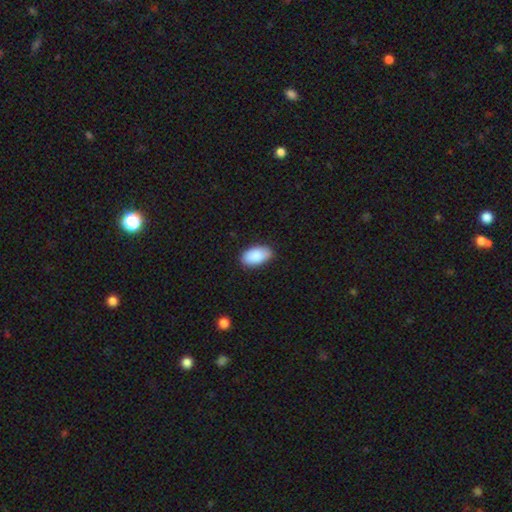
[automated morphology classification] Overall: smooth (89%). How rounded: in between (95%). Merging: none (83%).